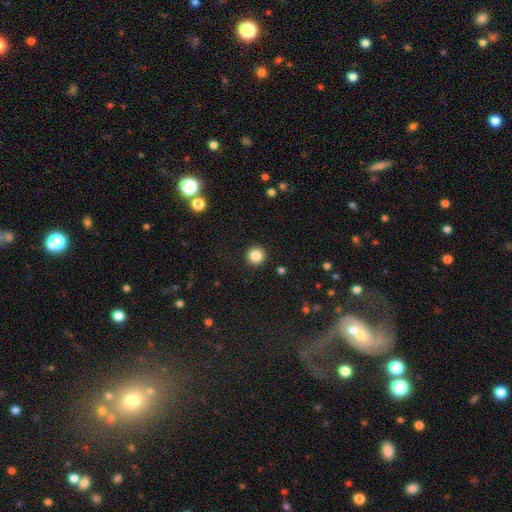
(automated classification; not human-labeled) smooth_or_featured: smooth (p=0.86) [alt: star or artifact p=0.10]
how_rounded: round (p=0.96) [alt: in between p=0.03]
merging: none (p=0.93) [alt: minor disturbance p=0.04]